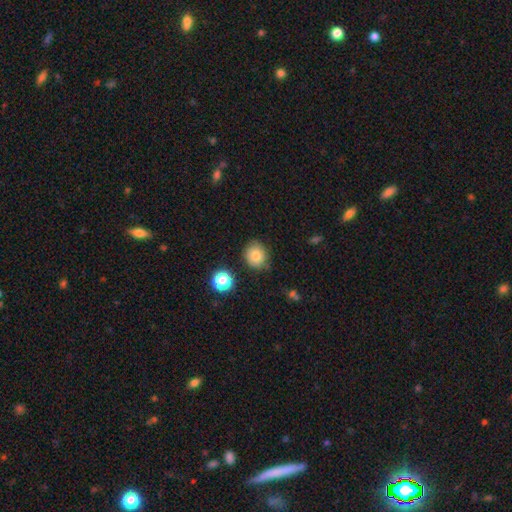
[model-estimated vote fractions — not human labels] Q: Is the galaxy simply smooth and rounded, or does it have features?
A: smooth — 79%.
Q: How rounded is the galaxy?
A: round — 76%.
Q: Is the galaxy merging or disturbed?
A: none — 79%.